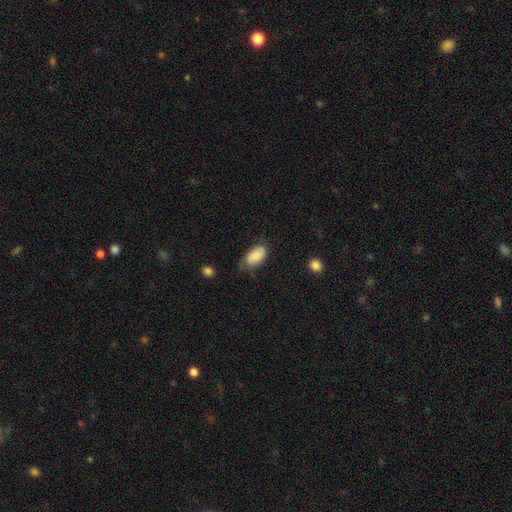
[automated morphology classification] type=smooth (78%); roundness=in between (93%); merging=none (56%).